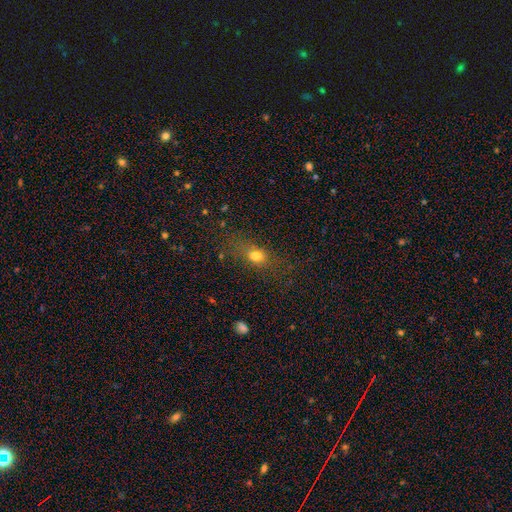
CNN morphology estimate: Smooth or featured? Predicted: smooth (p=0.73). How rounded? Predicted: in between (p=0.64). Merging? Predicted: none (p=0.63).